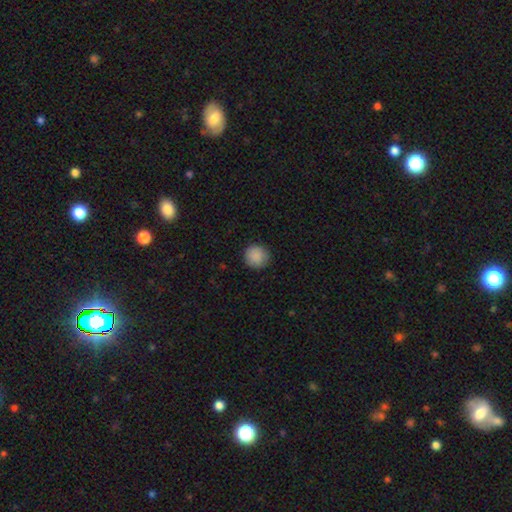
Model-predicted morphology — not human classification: Q: Smooth or featured?
A: smooth (89%); runner-up: star or artifact (8%)
Q: How rounded?
A: round (94%); runner-up: in between (5%)
Q: Merging?
A: none (90%); runner-up: minor disturbance (7%)